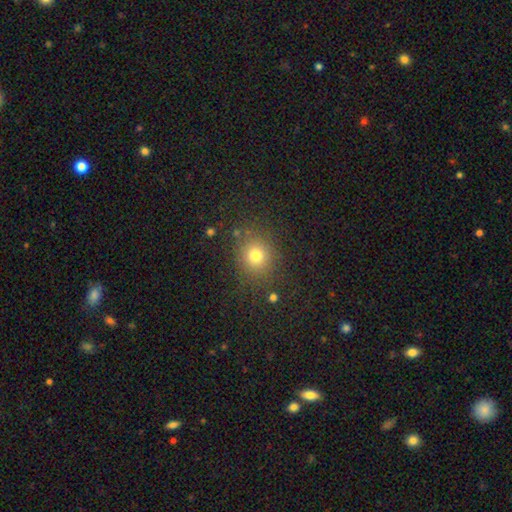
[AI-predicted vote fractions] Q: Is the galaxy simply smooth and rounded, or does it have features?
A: smooth — 76%.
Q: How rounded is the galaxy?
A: round — 81%.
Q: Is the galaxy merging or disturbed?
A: none — 83%.